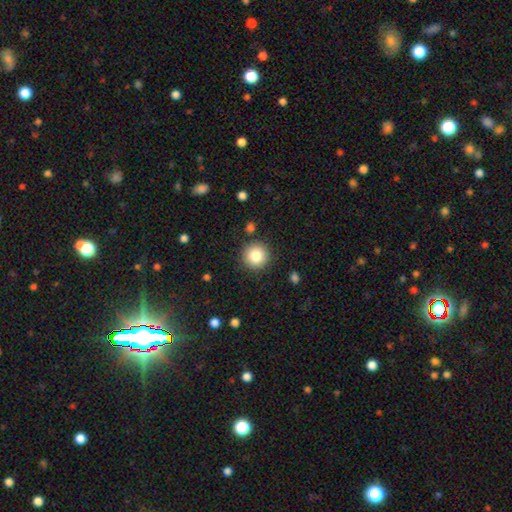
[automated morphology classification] Smooth or featured: smooth — 83% (star or artifact — 10%)
How rounded: round — 95% (in between — 4%)
Merging: none — 89% (minor disturbance — 7%)